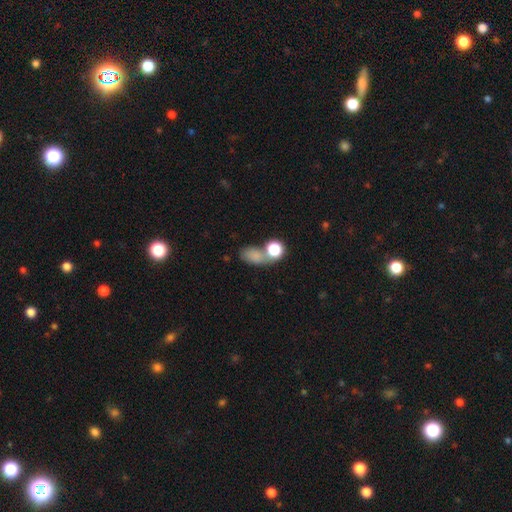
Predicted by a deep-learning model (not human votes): Morphology: type=smooth (76%); roundness=in between (69%); merging=none (44%).